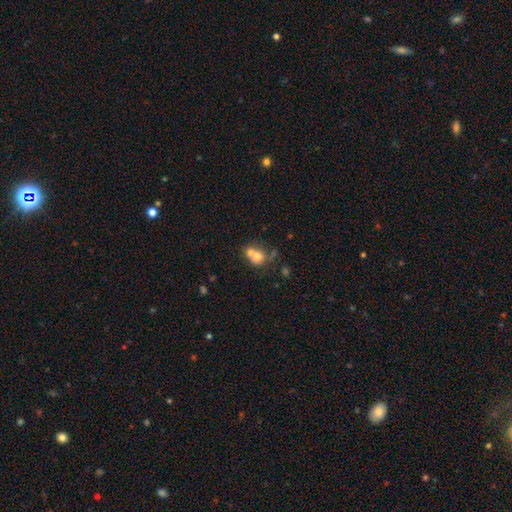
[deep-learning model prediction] Smooth or featured? Predicted: smooth (p=0.69). How rounded? Predicted: round (p=0.61). Merging? Predicted: merger (p=0.63).